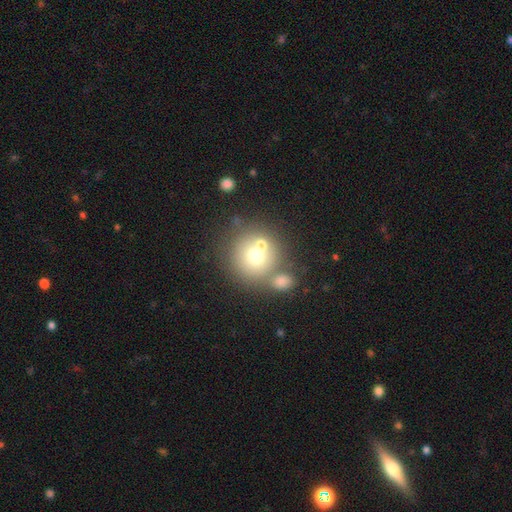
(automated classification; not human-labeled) A smooth galaxy with no disk features (66%) that is round (92%).

Vote fractions:
- Smooth or featured? smooth: 66% / featured or disk: 21% / star or artifact: 13%
- How rounded? round: 92% / in between: 8% / cigar-shaped: 1%
- Merging? none: 53% / merger: 33% / minor disturbance: 9% / major disturbance: 4%